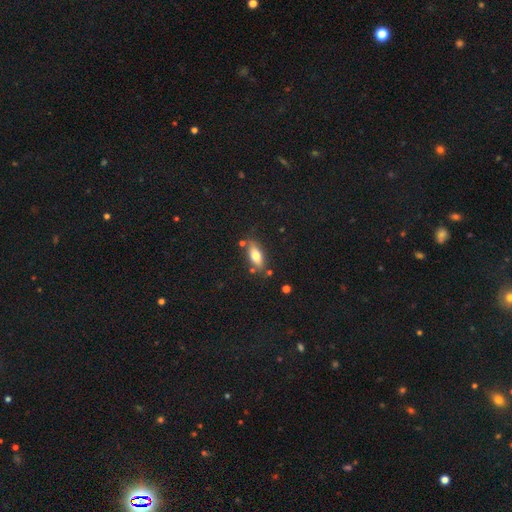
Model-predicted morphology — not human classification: smooth 68%, featured or disk 25%, star or artifact 7%. Down the decision tree: how rounded — in between (73%); merging — none (76%).